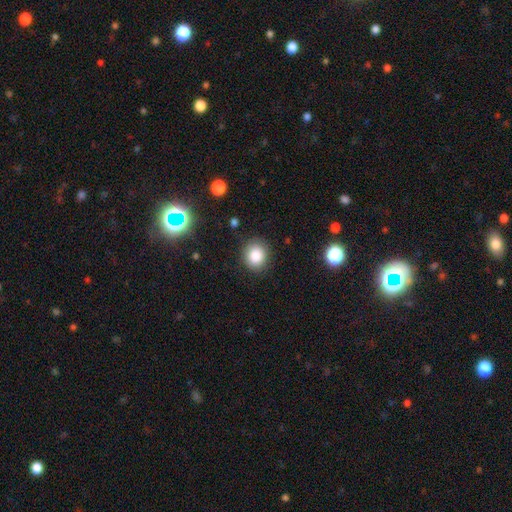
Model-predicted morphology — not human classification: smooth_or_featured: smooth (p=0.84) [alt: star or artifact p=0.11]
how_rounded: round (p=0.76) [alt: in between p=0.23]
merging: none (p=0.86) [alt: minor disturbance p=0.10]